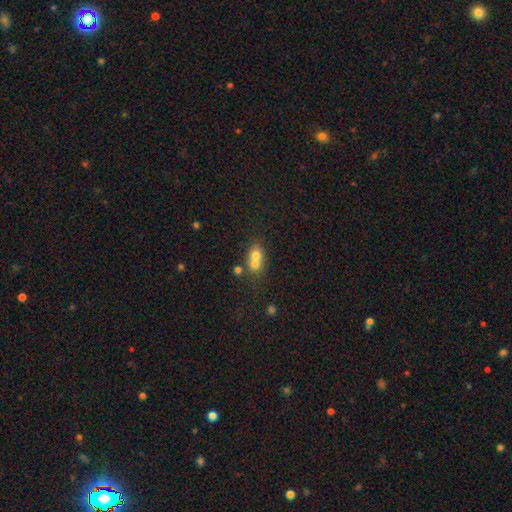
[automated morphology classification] Smooth or featured: smooth — 68% (featured or disk — 20%)
How rounded: round — 62% (in between — 37%)
Merging: merger — 64% (none — 26%)